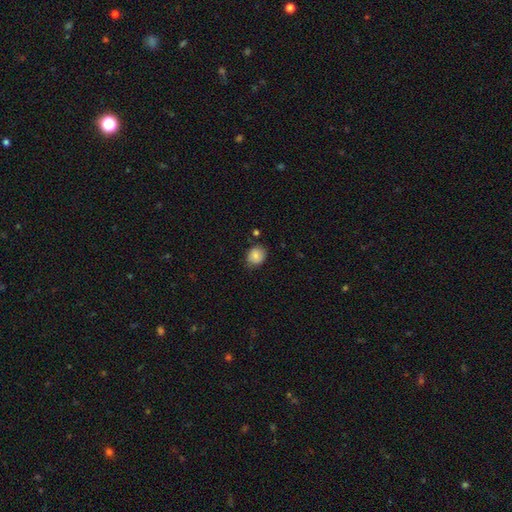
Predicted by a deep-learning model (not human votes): Morphology: type=smooth (83%); roundness=round (66%); merging=none (77%).